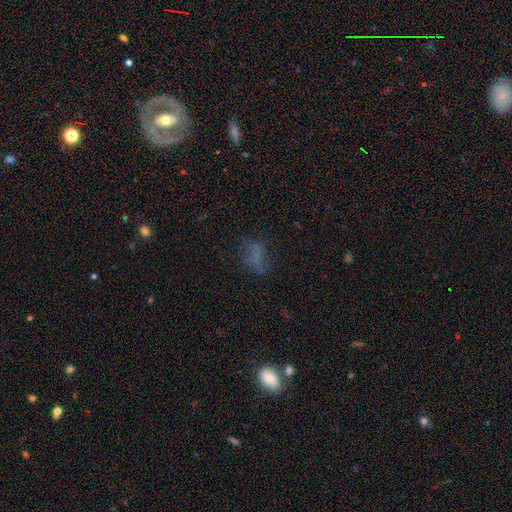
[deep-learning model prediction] Smooth or featured? smooth (55%)
How rounded? in between (73%)
Merging? none (59%)